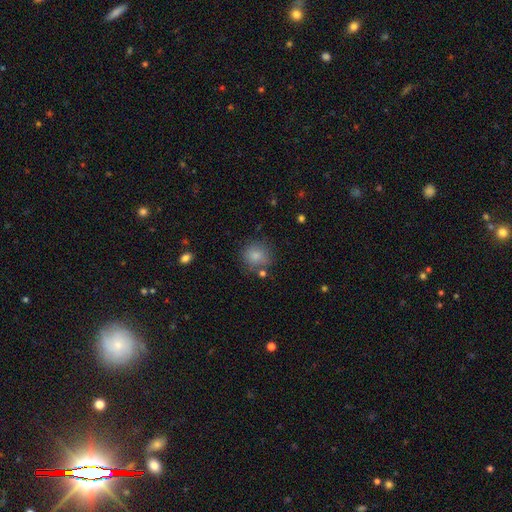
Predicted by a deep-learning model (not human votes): Morphology: type=smooth (83%); roundness=round (86%); merging=none (74%).